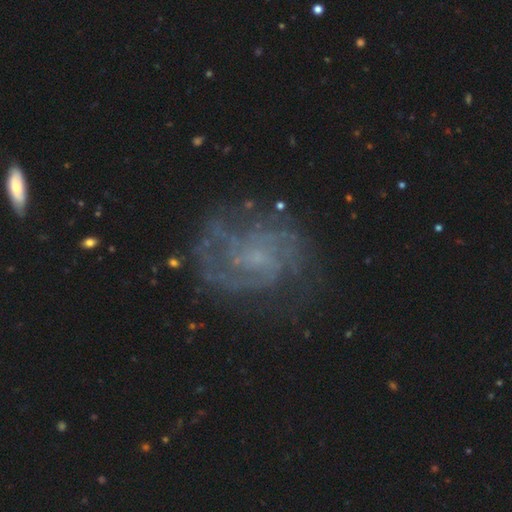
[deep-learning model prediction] This is clearly a featured or disk galaxy (82%). It is clearly not viewed edge-on (98%). Bar: possibly no (56%). Spiral arm pattern: clearly yes (93%). Spiral arm count: marginally 2 (36%). Spiral winding: marginally medium (43%). Central bulge: possibly small (52%). Merging: likely none (69%).